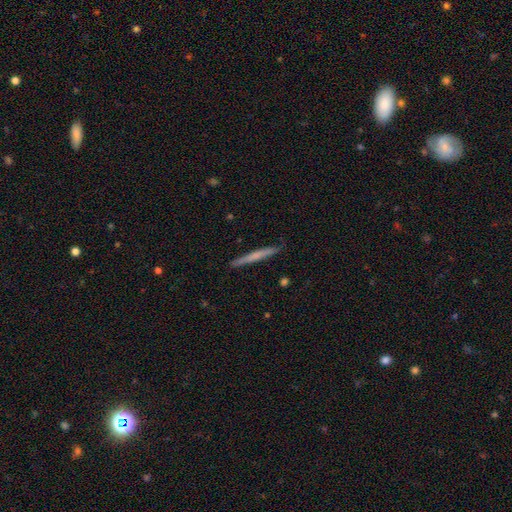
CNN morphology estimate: Smooth or featured: smooth — 50% (featured or disk — 44%)
How rounded: cigar-shaped — 97% (in between — 2%)
Merging: none — 90% (minor disturbance — 7%)